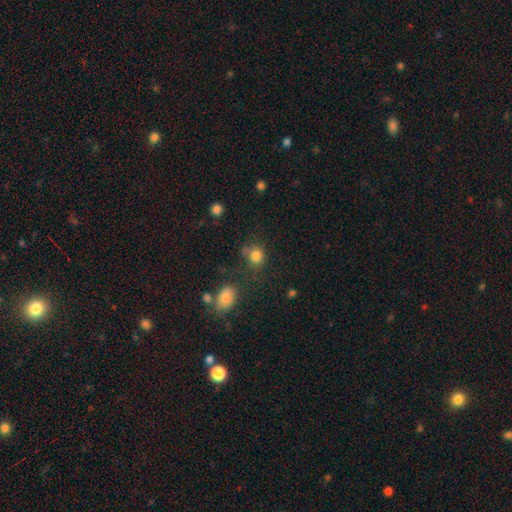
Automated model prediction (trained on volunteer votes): This is clearly a smooth galaxy (81%). How rounded: likely round (74%). Merging: likely none (65%).